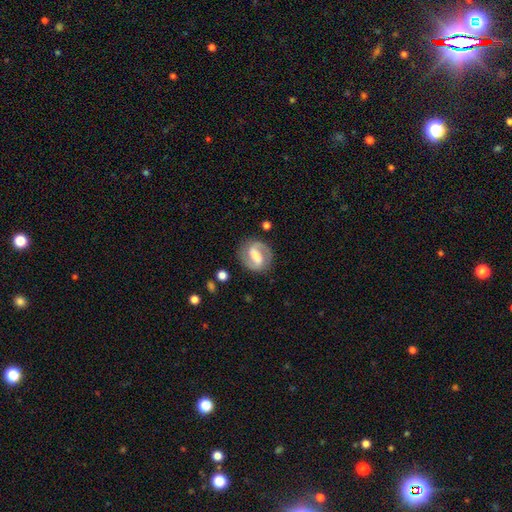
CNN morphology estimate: Overall: featured or disk (77%). Edge-on disk: no (97%). Bar: strong (55%; weak 34%). Spiral arms: yes (89%). Spiral arm count: 2 (88%). Spiral winding: medium (48%; tight 30%). Bulge size: moderate (47%; small 27%). Merging: none (82%).